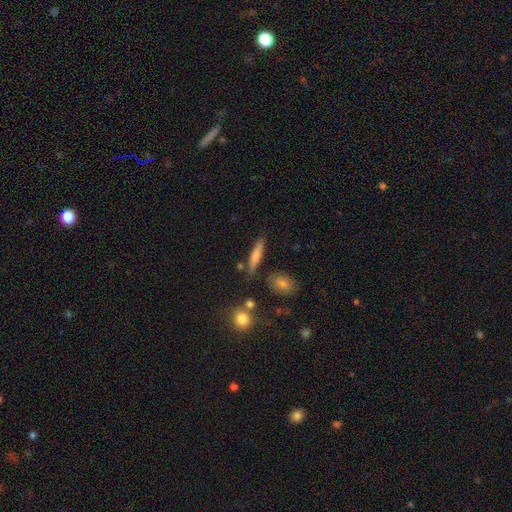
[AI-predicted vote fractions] Overall: smooth (71%). How rounded: cigar-shaped (83%). Merging: none (79%).